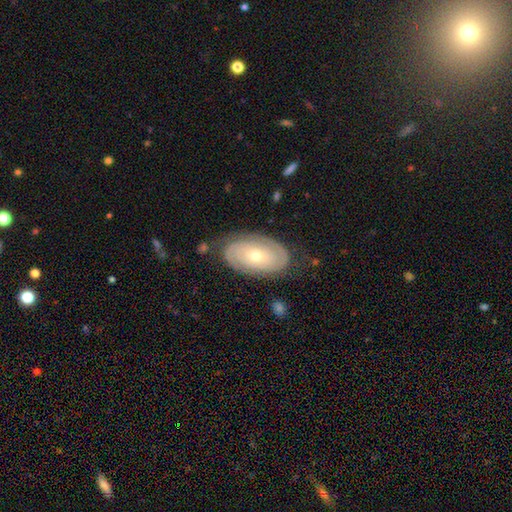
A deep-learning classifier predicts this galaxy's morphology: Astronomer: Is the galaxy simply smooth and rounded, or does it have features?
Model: featured or disk — 73%.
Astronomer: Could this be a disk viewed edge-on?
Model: no — 94%.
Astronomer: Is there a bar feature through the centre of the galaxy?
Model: no — 81%.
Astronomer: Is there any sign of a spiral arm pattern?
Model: yes — 83%.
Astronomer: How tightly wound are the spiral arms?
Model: tight — 73%.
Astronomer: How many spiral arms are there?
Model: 2 — 60%.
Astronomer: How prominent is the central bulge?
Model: small — 53% (runner-up: moderate, 43%).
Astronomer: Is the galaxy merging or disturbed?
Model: none — 79%.